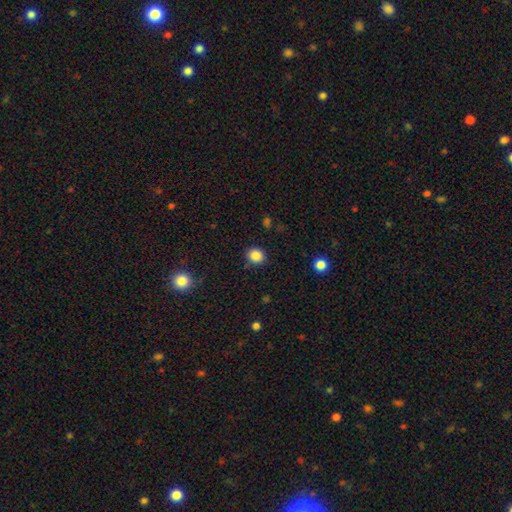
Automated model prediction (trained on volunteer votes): smooth-or-featured: smooth: 86% | star or artifact: 11% | featured or disk: 4%
  how-rounded: round: 75% | in between: 25% | cigar-shaped: 1%
  merging: none: 86% | minor disturbance: 9% | major disturbance: 3% | merger: 2%